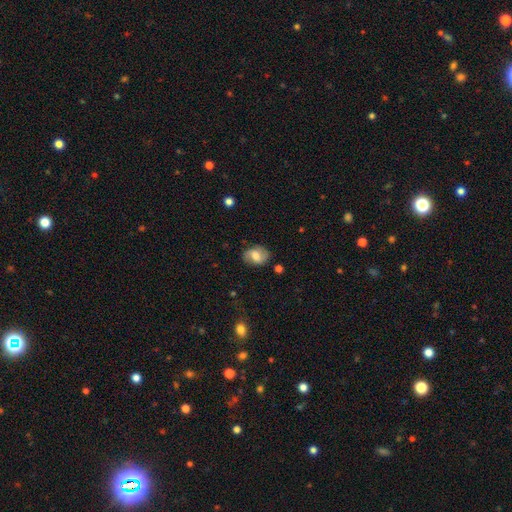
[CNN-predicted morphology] This is possibly a smooth galaxy (53%). How rounded: likely in between (74%). Merging: likely none (76%).